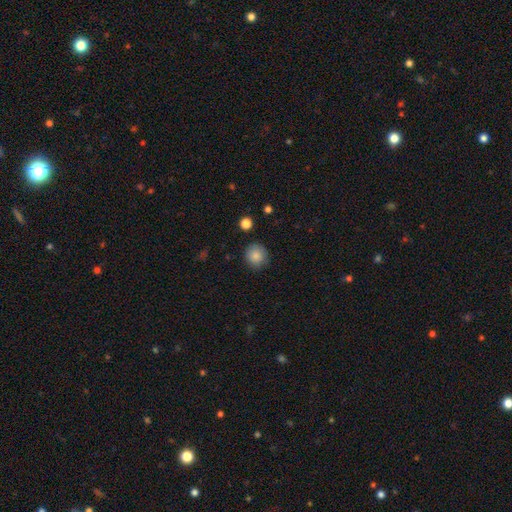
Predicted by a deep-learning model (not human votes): smooth 84%, star or artifact 9%, featured or disk 7%. Down the decision tree: how rounded — round (86%); merging — none (82%).